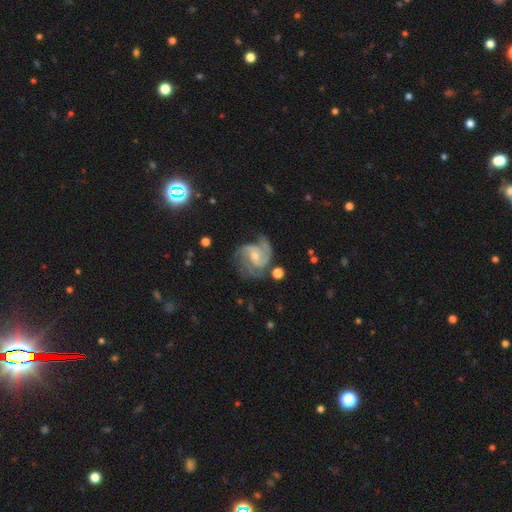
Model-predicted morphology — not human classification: A featured or disk galaxy (90%) with no bar (52%), 3 (52%) medium (49%) spiral arms (98%) and a small central bulge (56%).

Vote fractions:
- Smooth or featured? featured or disk: 90% / smooth: 5% / star or artifact: 5%
- Edge-on disk? no: 98% / yes: 2%
- Bar? no: 52% / weak: 39% / strong: 9%
- Spiral arms? yes: 98% / no: 2%
- Spiral winding? medium: 49% / tight: 41% / loose: 10%
- Spiral arm count? 3: 52% / 2: 21% / 4: 9% / can't tell: 9% / 1: 5% / more than 4: 4%
- Bulge size? small: 56% / moderate: 39% / none: 3% / large: 2% / dominant: 1%
- Merging? none: 63% / minor disturbance: 21% / major disturbance: 12% / merger: 3%